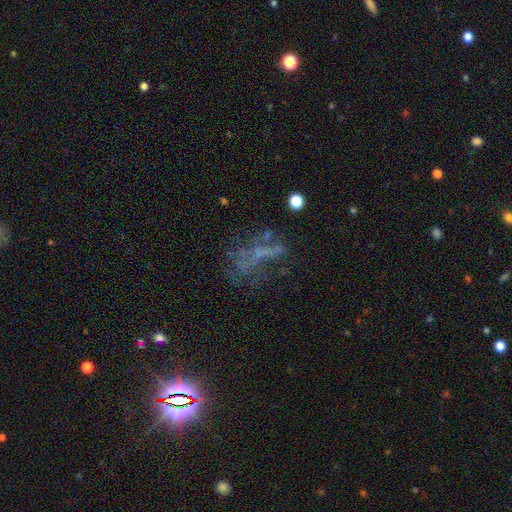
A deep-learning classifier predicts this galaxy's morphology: A star or artifact, not a galaxy (44%).